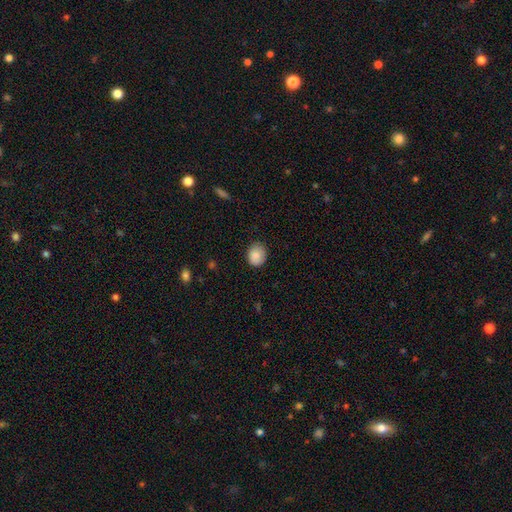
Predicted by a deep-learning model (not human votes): smooth-or-featured: smooth: 85% | star or artifact: 8% | featured or disk: 7%
  how-rounded: round: 65% | in between: 34% | cigar-shaped: 1%
  merging: none: 79% | minor disturbance: 17% | major disturbance: 3% | merger: 1%